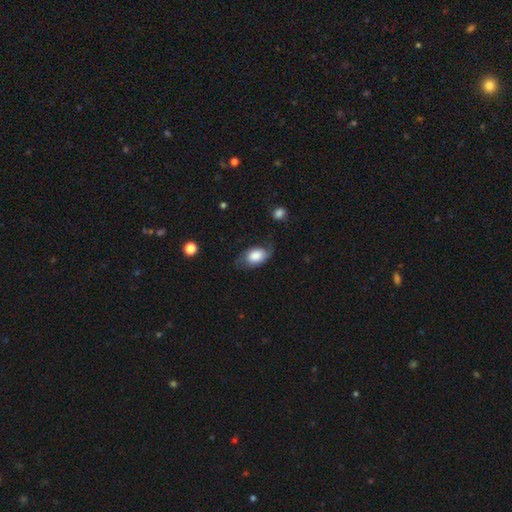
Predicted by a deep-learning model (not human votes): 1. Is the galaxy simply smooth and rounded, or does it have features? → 69% smooth, 24% featured or disk, 7% star or artifact.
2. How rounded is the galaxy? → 89% in between, 9% round, 2% cigar-shaped.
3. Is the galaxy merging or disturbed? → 55% none, 29% minor disturbance, 13% major disturbance, 2% merger.